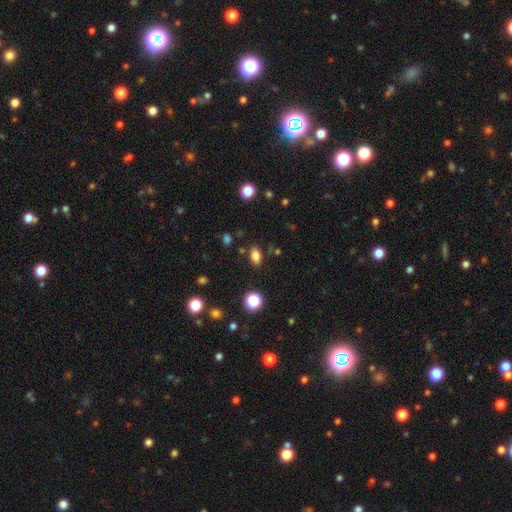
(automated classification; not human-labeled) This appears to be a smooth galaxy with no disk features (81%) that is in between round and cigar-shaped (85%). Merging: none (83%).